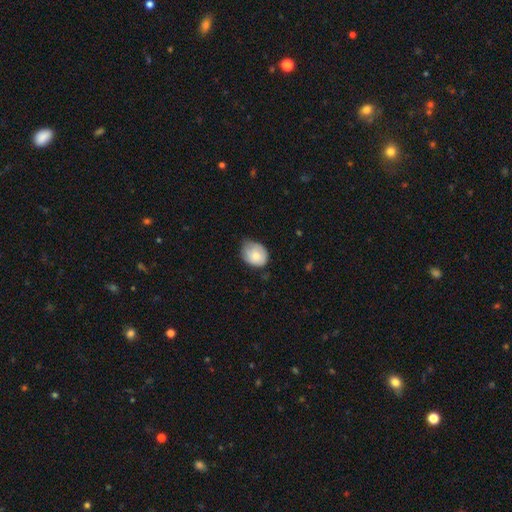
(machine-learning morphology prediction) The model was most divided on "how rounded": round: 50%, in between: 49%, cigar-shaped: 1%. Remaining: smooth or featured — smooth (76%); merging — none (46%).